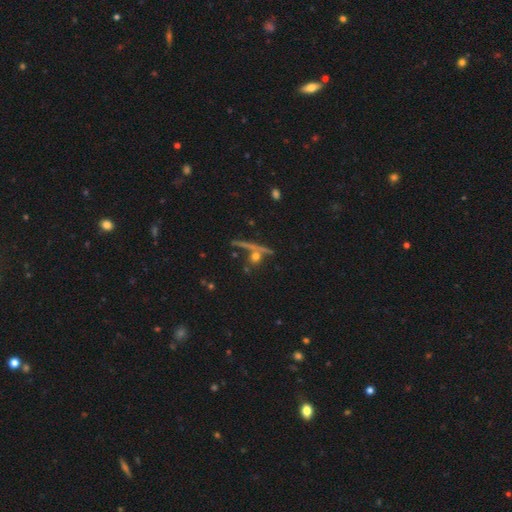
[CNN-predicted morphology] type=smooth (40%); merging=none (66%).